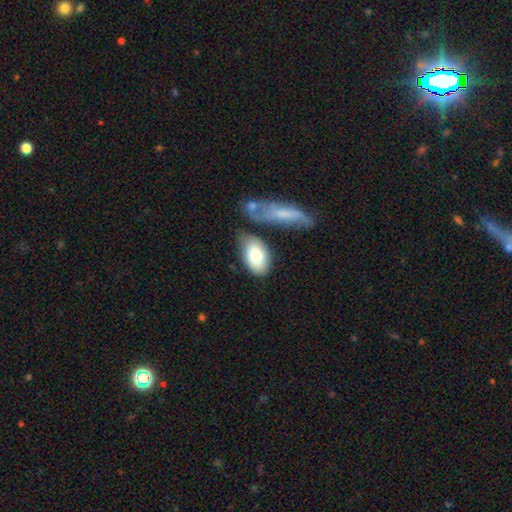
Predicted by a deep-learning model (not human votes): Smooth or featured?
  - smooth: 77% *
  - featured or disk: 17%
  - star or artifact: 6%
How rounded?
  - in between: 91% *
  - round: 6%
  - cigar-shaped: 3%
Merging?
  - none: 58% *
  - minor disturbance: 22%
  - merger: 14%
  - major disturbance: 7%